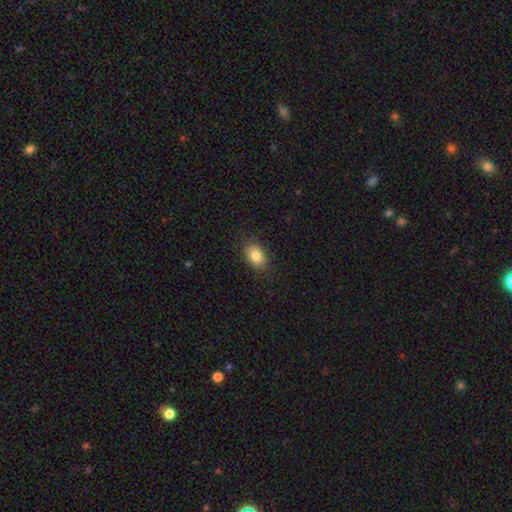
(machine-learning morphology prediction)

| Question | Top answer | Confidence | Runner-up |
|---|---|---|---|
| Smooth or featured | smooth | 84% | star or artifact (9%) |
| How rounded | in between | 83% | round (15%) |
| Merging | none | 87% | minor disturbance (10%) |